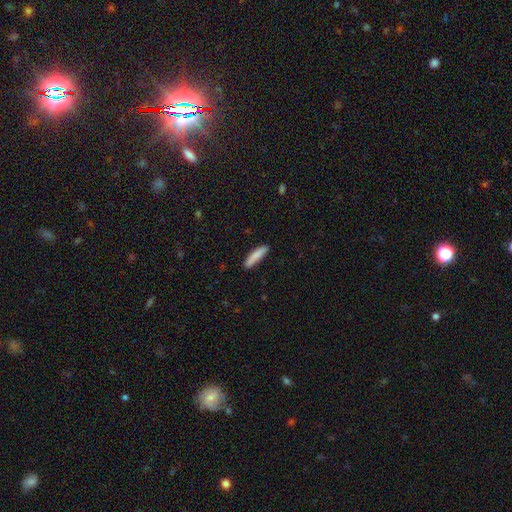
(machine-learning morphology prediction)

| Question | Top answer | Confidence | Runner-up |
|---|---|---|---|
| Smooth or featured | smooth | 85% | featured or disk (9%) |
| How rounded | cigar-shaped | 83% | in between (15%) |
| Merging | none | 87% | minor disturbance (10%) |